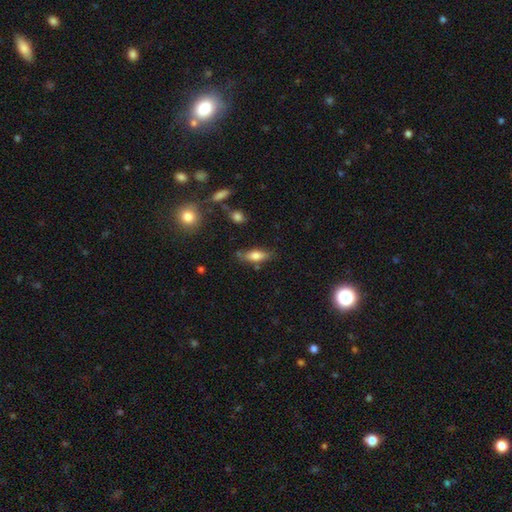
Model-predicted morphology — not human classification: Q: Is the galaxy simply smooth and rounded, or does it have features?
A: smooth — 72%.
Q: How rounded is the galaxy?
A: in between — 68%.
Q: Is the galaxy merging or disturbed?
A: none — 72%.